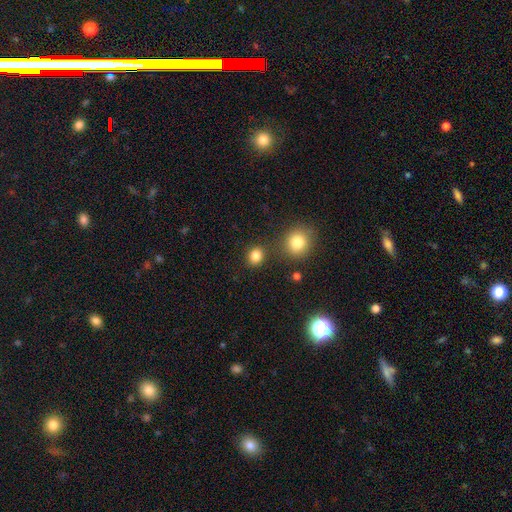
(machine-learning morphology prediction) type=smooth (83%); roundness=round (74%); merging=none (81%).